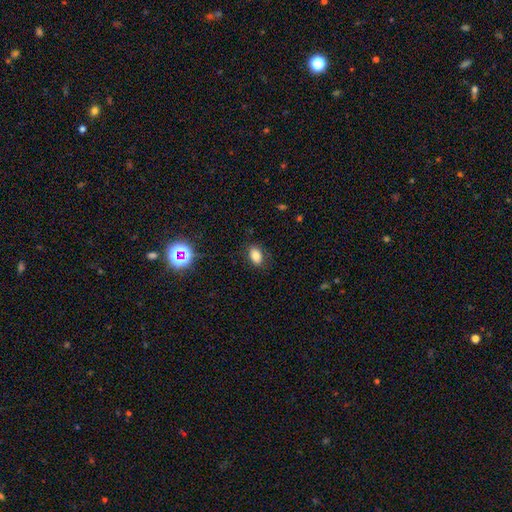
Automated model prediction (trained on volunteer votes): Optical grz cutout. It shows a smooth galaxy with no disk features (80%) that is in between round and cigar-shaped (87%). Merging: none (82%).